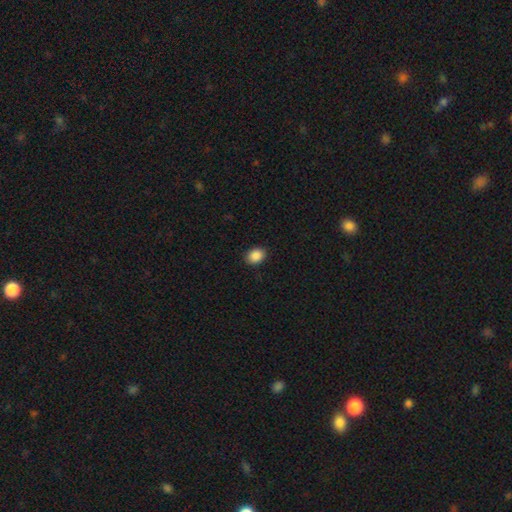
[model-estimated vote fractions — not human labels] Smooth or featured? smooth (89%)
How rounded? in between (59%)
Merging? none (89%)